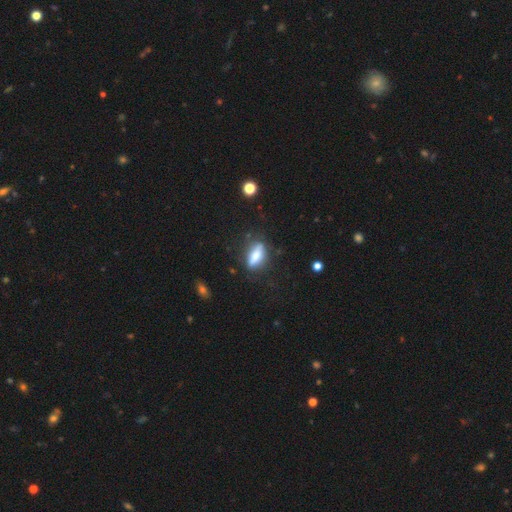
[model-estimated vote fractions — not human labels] Smooth or featured: smooth — 62% (featured or disk — 30%)
How rounded: in between — 54% (cigar-shaped — 42%)
Merging: none — 75% (minor disturbance — 17%)